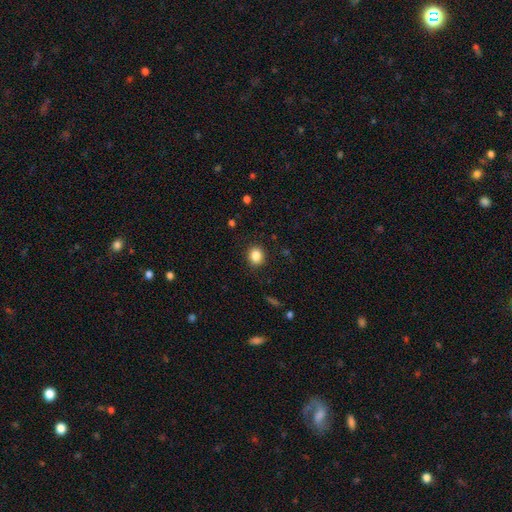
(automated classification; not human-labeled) A smooth galaxy with no disk features (85%) that is round (78%).

Vote fractions:
- Smooth or featured? smooth: 85% / star or artifact: 10% / featured or disk: 4%
- How rounded? round: 78% / in between: 21% / cigar-shaped: 1%
- Merging? none: 90% / minor disturbance: 7% / major disturbance: 2% / merger: 1%